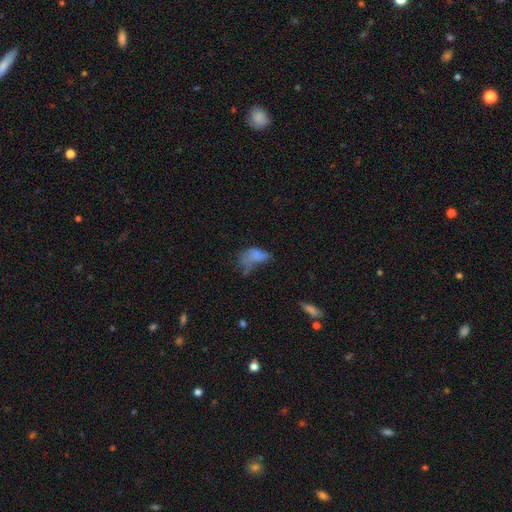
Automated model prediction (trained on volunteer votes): Smooth or featured?
  - smooth: 58% *
  - featured or disk: 26%
  - star or artifact: 16%
How rounded?
  - in between: 88% *
  - round: 8%
  - cigar-shaped: 5%
Merging?
  - major disturbance: 48% *
  - minor disturbance: 21%
  - none: 19%
  - merger: 12%